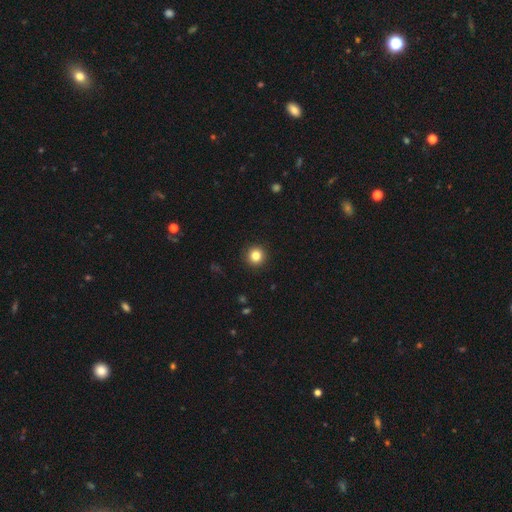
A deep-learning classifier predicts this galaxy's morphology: Smooth or featured? smooth (83%)
How rounded? round (95%)
Merging? none (92%)